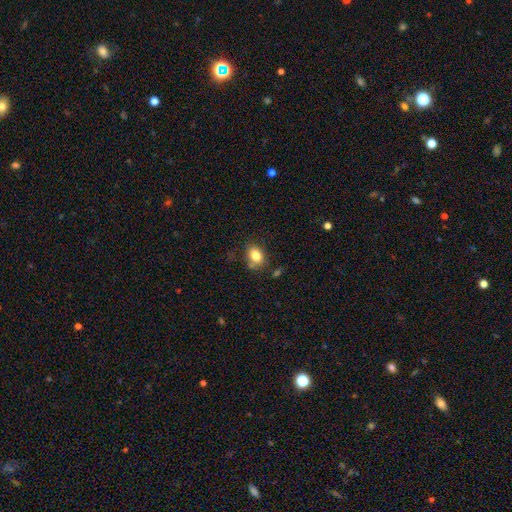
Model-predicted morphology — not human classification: A smooth galaxy with no disk features (81%) that is in between round and cigar-shaped (70%). Merging: none (70%).